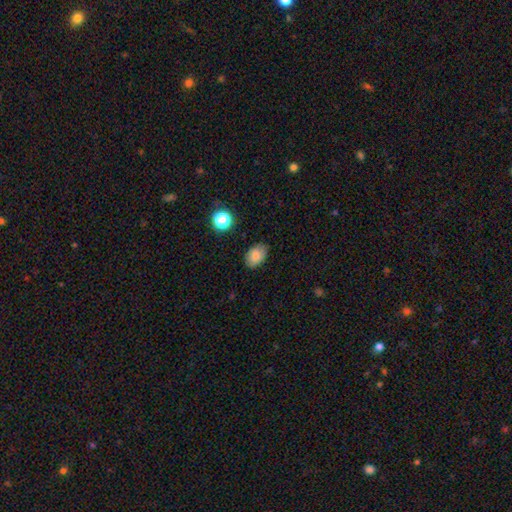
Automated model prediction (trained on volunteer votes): Smooth or featured? Predicted: smooth (p=0.82). How rounded? Predicted: in between (p=0.82). Merging? Predicted: none (p=0.80).